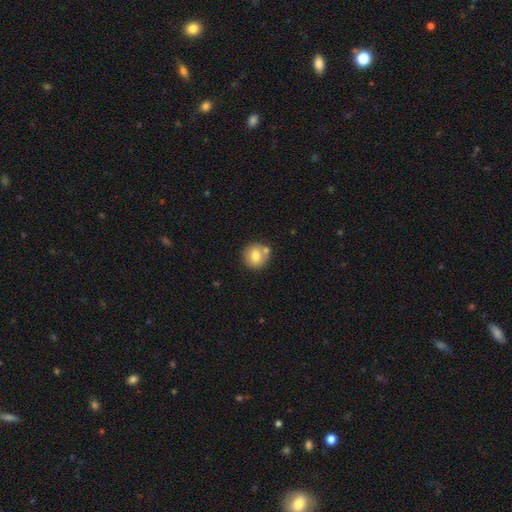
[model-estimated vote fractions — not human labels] smooth_or_featured: smooth (p=0.75) [alt: featured or disk p=0.17]
how_rounded: round (p=0.87) [alt: in between p=0.12]
merging: none (p=0.65) [alt: merger p=0.20]